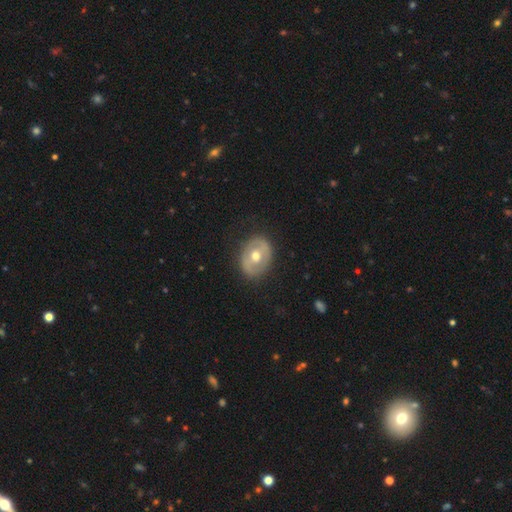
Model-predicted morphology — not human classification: smooth_or_featured: featured or disk (p=0.55) [alt: smooth p=0.39]
disk_edge_on: no (p=0.94) [alt: yes p=0.06]
bar: no (p=0.62) [alt: weak p=0.25]
has_spiral_arms: no (p=0.75) [alt: yes p=0.25]
bulge_size: moderate (p=0.79) [alt: small p=0.12]
merging: none (p=0.83) [alt: minor disturbance p=0.12]